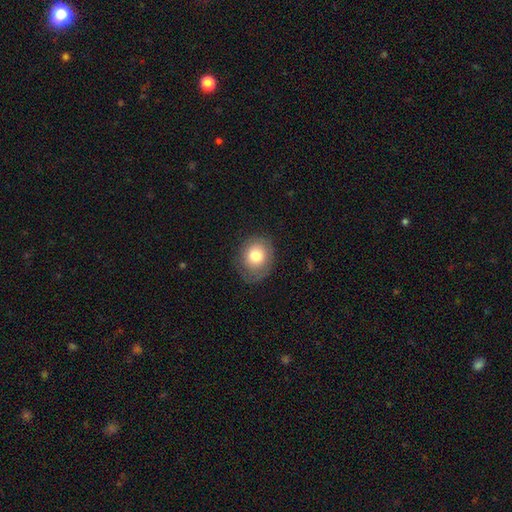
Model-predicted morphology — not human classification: Smooth or featured: smooth — 76% (featured or disk — 15%)
How rounded: round — 64% (in between — 35%)
Merging: none — 72% (minor disturbance — 20%)